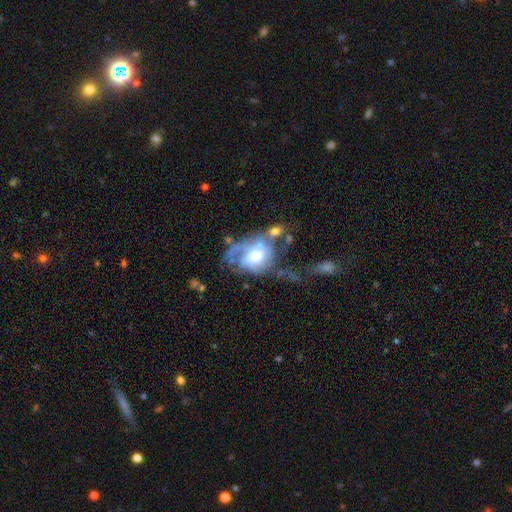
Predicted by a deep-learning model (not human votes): Q: Smooth or featured?
A: featured or disk (64%); runner-up: smooth (28%)
Q: Edge-on disk?
A: no (97%); runner-up: yes (3%)
Q: Bar?
A: no (71%); runner-up: weak (24%)
Q: Spiral arms?
A: yes (63%); runner-up: no (37%)
Q: Bulge size?
A: moderate (58%); runner-up: small (19%)
Q: Merging?
A: major disturbance (37%); runner-up: none (23%)